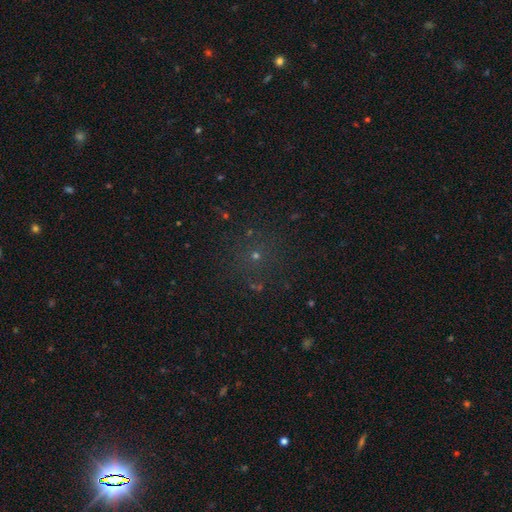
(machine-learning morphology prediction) A star or artifact, not a galaxy (45%).

Vote fractions:
- Smooth or featured? star or artifact: 45% / smooth: 44% / featured or disk: 11%